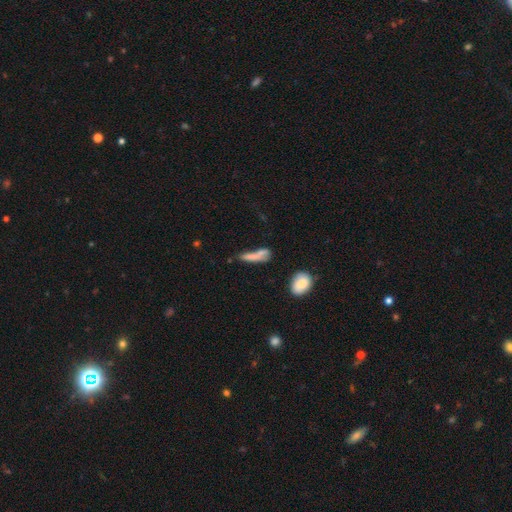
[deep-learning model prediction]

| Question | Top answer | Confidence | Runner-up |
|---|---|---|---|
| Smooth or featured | smooth | 67% | featured or disk (22%) |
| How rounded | cigar-shaped | 64% | in between (31%) |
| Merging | none | 36% | minor disturbance (24%) |